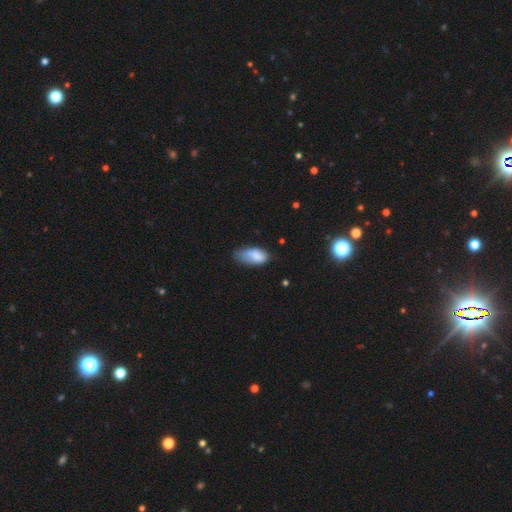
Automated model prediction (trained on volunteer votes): Overall: smooth (78%). How rounded: in between (92%). Merging: minor disturbance (41%; none 36%).